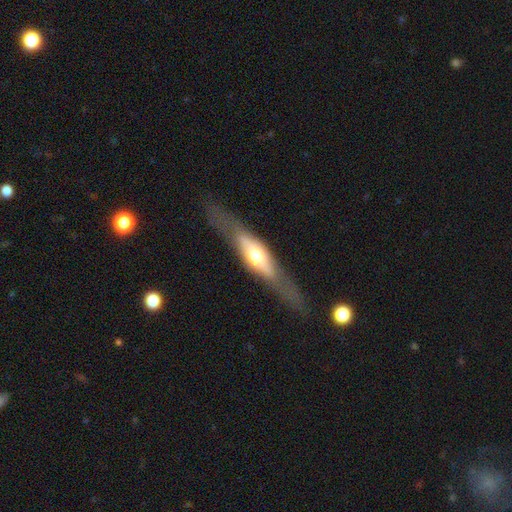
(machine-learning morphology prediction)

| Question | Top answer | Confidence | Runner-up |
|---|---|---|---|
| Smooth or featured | featured or disk | 62% | smooth (32%) |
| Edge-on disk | yes | 81% | no (19%) |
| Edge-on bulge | rounded | 86% | boxy (9%) |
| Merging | none | 71% | minor disturbance (17%) |